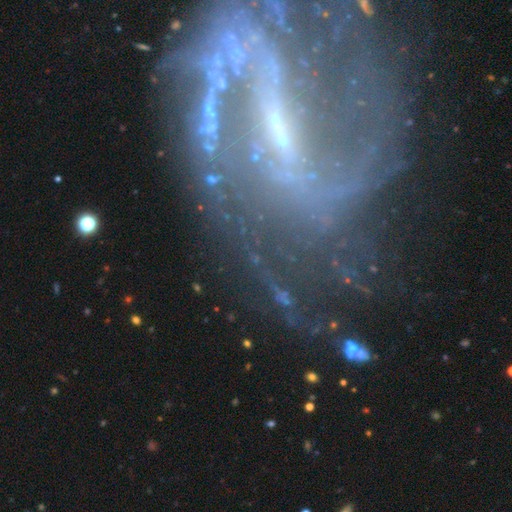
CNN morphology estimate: A featured or disk galaxy (84%) with a strong bar (55%), 2 (58%) loose (46%) spiral arms (86%) and a small central bulge (65%). Merging: none (45%).